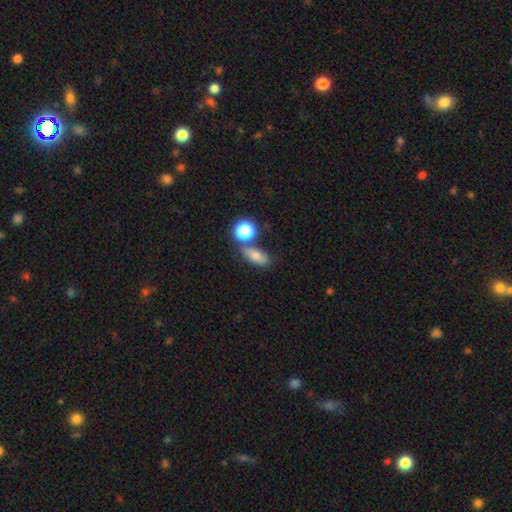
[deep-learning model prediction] Smooth or featured? Predicted: smooth (p=0.68). How rounded? Predicted: in between (p=0.68). Merging? Predicted: none (p=0.65).